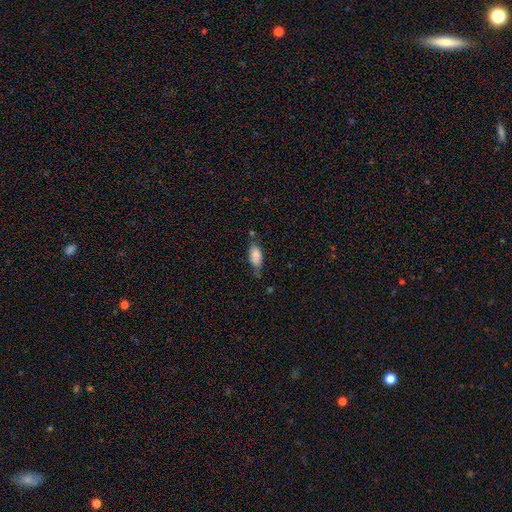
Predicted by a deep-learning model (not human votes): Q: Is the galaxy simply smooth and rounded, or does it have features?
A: smooth — 82%.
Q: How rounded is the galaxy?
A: in between — 88%.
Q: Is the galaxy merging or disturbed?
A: none — 57%.